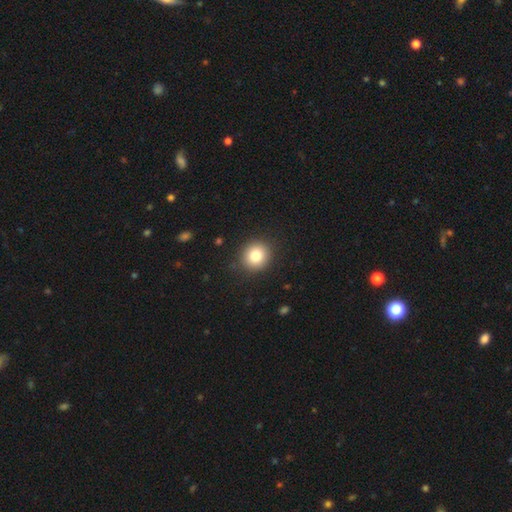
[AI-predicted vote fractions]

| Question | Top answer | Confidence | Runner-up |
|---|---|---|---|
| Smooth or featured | smooth | 82% | star or artifact (10%) |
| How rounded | round | 86% | in between (13%) |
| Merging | none | 90% | minor disturbance (7%) |